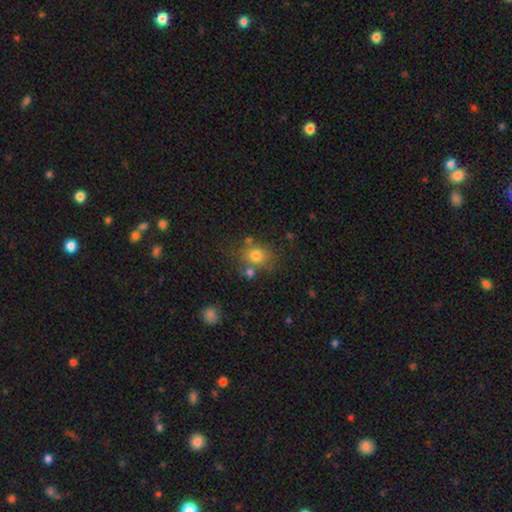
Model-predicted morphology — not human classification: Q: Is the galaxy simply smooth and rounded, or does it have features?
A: smooth — 75%.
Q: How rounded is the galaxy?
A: round — 64%.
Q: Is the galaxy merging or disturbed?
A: none — 61%.